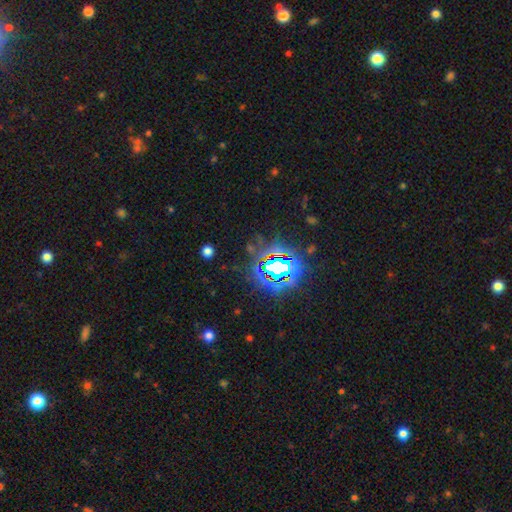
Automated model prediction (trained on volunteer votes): A star or artifact, not a galaxy (81%).